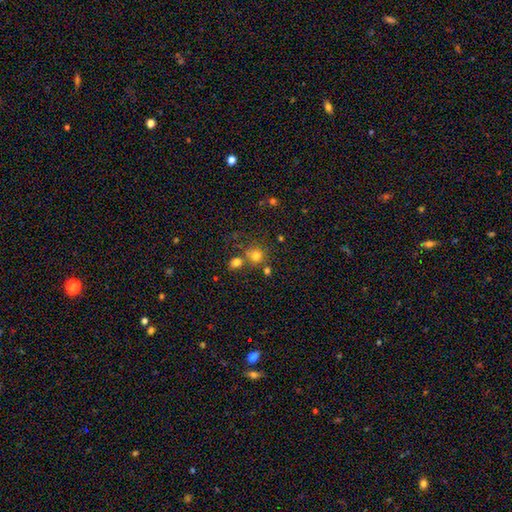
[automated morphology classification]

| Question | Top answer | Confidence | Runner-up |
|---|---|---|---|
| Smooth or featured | smooth | 73% | star or artifact (18%) |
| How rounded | round | 85% | in between (14%) |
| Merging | none | 59% | merger (27%) |